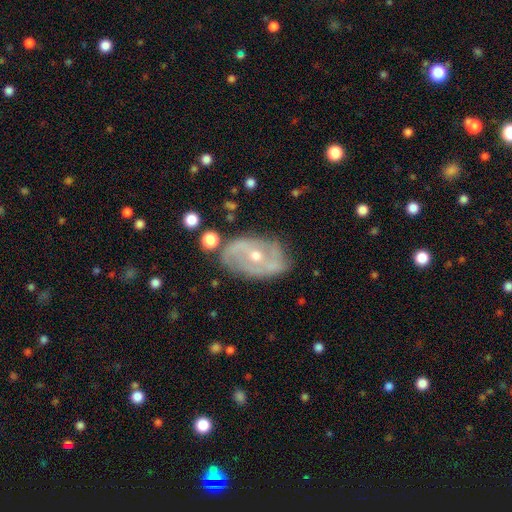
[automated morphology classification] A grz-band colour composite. It shows a featured or disk galaxy (79%) with no bar (55%), 2 (61%) tight (40%) spiral arms (79%) and a moderate central bulge (53%). Merging: none (73%).